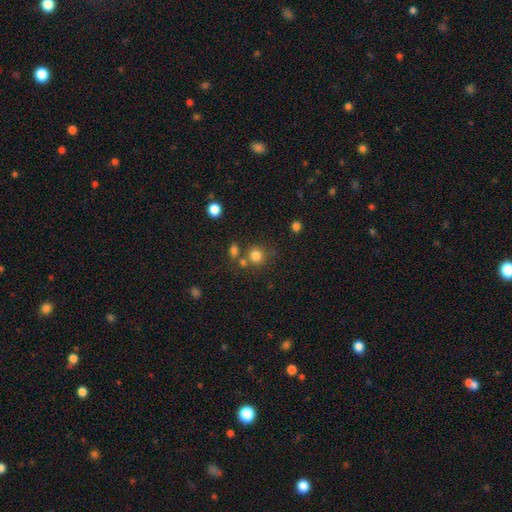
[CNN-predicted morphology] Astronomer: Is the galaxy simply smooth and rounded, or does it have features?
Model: smooth — 79%.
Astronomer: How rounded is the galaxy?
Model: round — 87%.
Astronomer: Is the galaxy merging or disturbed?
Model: none — 66%.